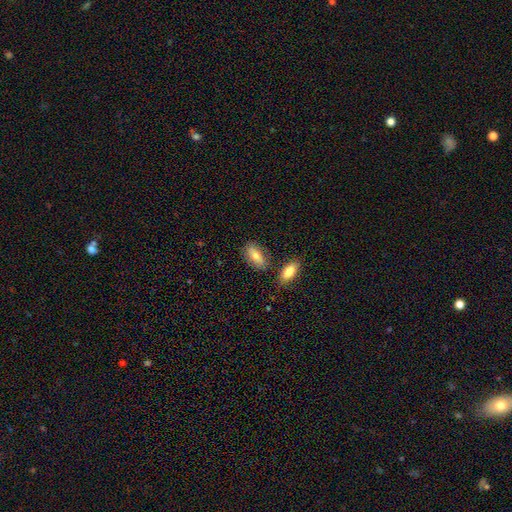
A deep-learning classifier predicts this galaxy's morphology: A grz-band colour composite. It shows a smooth galaxy with no disk features (72%) that is in between round and cigar-shaped (83%). Merging: none (76%).